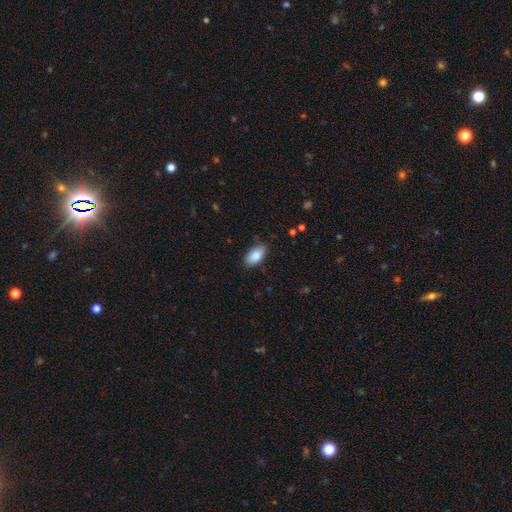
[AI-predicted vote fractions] This appears to be a smooth galaxy with no disk features (83%) that is in between round and cigar-shaped (93%). Merging: none (84%).